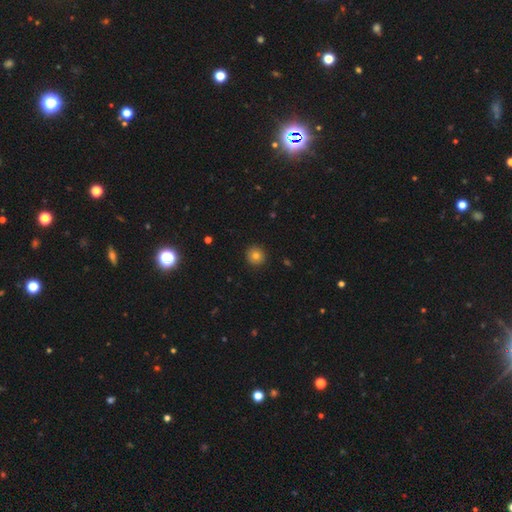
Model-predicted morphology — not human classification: type=smooth (80%); roundness=round (94%); merging=none (92%).